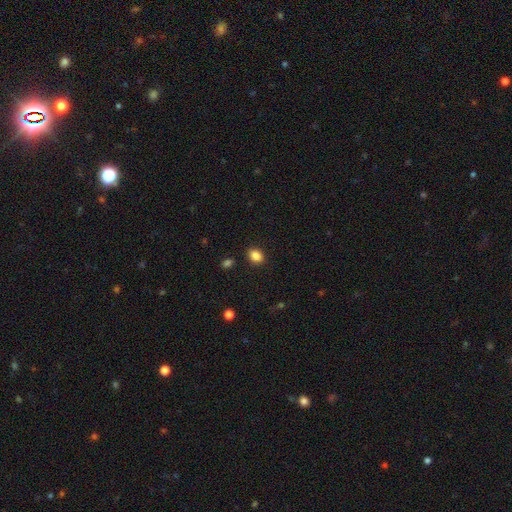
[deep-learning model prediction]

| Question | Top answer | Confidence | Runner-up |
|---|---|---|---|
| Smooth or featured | smooth | 86% | star or artifact (10%) |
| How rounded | in between | 65% | round (34%) |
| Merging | none | 88% | minor disturbance (8%) |